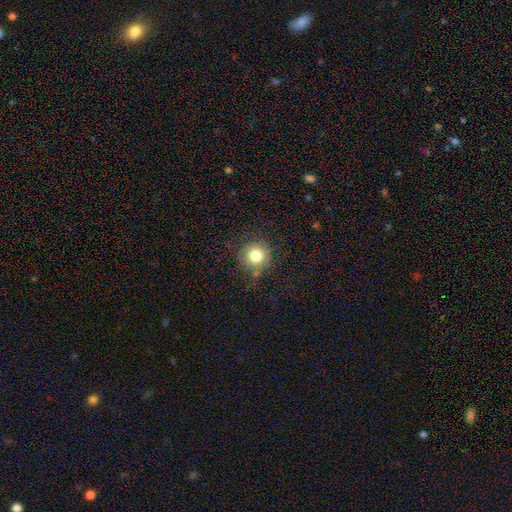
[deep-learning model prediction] Overall: smooth (79%). How rounded: round (94%). Merging: none (82%).